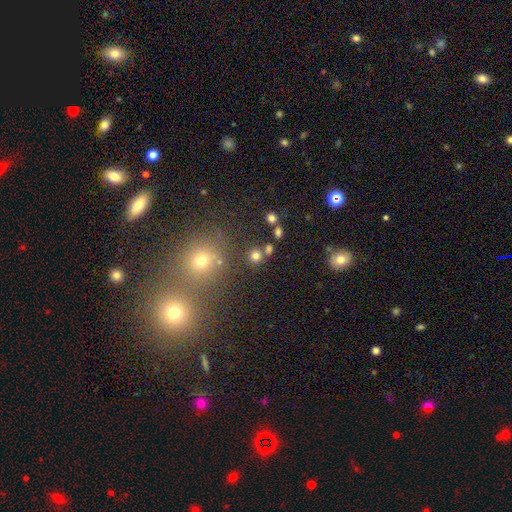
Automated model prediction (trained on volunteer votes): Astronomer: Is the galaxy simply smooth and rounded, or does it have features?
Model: smooth — 75%.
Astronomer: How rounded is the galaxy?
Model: round — 90%.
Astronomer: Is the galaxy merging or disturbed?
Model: none — 75%.